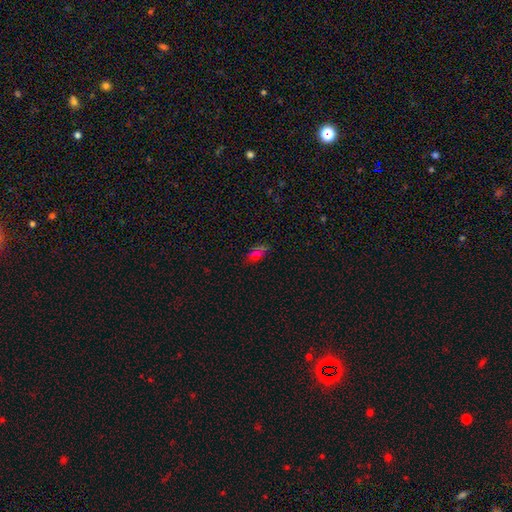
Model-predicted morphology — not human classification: The model was most divided on "smooth or featured": smooth: 54%, star or artifact: 32%, featured or disk: 13%. More confident: how rounded — in between (86%); merging — none (79%).